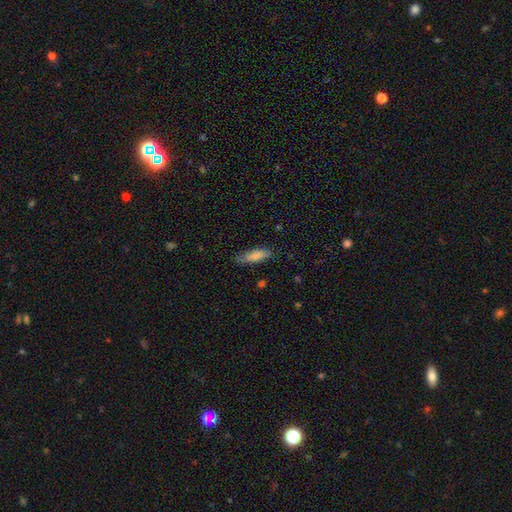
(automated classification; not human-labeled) smooth_or_featured: smooth (p=0.83) [alt: featured or disk p=0.11]
how_rounded: cigar-shaped (p=0.53) [alt: in between p=0.46]
merging: none (p=0.77) [alt: minor disturbance p=0.18]